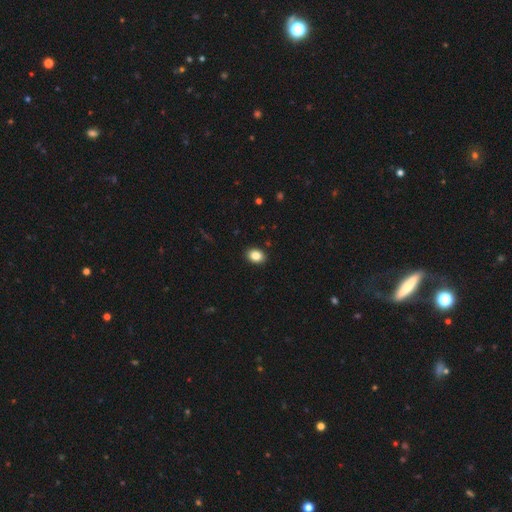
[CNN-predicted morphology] smooth 86%, star or artifact 9%, featured or disk 5%. Down the decision tree: how rounded — in between (65%); merging — none (91%).